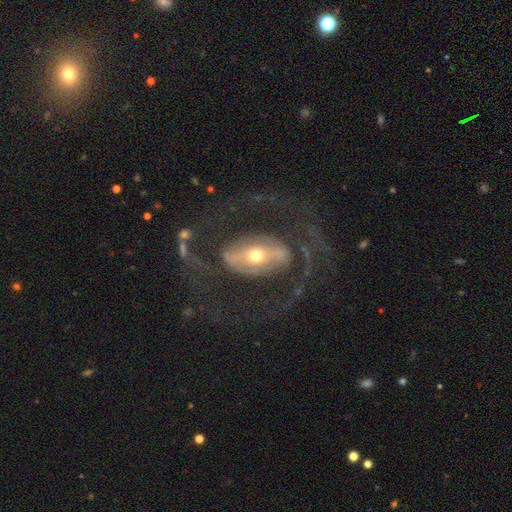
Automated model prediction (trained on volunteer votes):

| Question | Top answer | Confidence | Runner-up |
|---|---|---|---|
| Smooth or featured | featured or disk | 76% | smooth (16%) |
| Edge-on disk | no | 92% | yes (8%) |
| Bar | strong | 46% | weak (28%) |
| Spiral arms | yes | 71% | no (29%) |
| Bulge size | moderate | 60% | small (34%) |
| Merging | none | 54% | major disturbance (27%) |